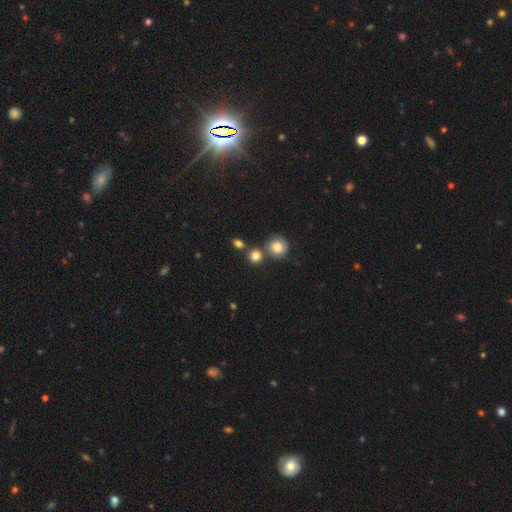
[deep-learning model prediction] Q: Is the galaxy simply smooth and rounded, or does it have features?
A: smooth — 81%.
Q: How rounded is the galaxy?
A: round — 83%.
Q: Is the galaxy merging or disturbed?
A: none — 65%.